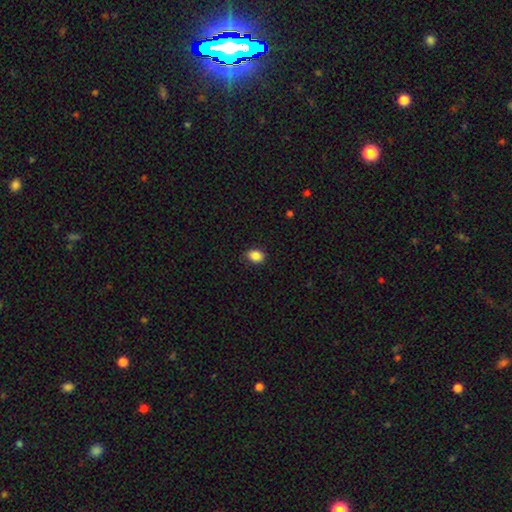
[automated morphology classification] smooth 87%, star or artifact 9%, featured or disk 4%. Down the decision tree: how rounded — in between (68%); merging — none (83%).